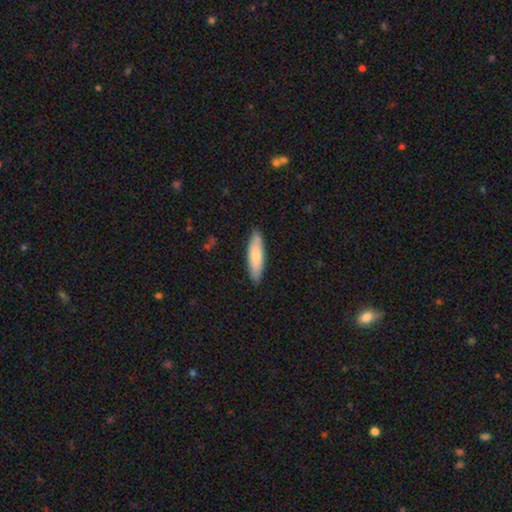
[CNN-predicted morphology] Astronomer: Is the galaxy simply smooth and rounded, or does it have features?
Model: smooth — 71%.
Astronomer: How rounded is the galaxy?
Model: cigar-shaped — 63%.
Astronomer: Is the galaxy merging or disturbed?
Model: none — 86%.